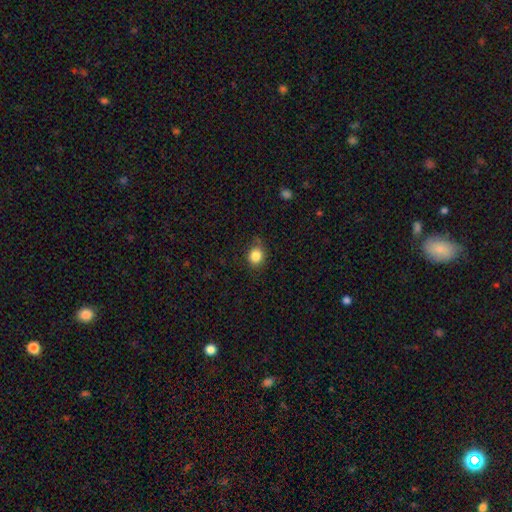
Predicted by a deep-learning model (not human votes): smooth 84%, star or artifact 11%, featured or disk 5%. Down the decision tree: how rounded — round (75%); merging — none (78%).